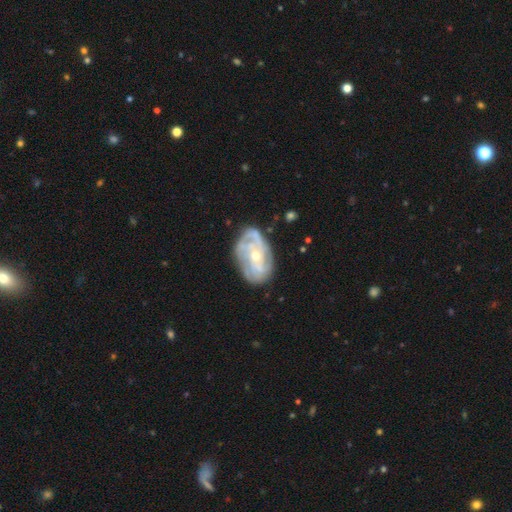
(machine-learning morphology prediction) This is clearly a featured or disk galaxy (82%). It is clearly not viewed edge-on (96%). Bar: likely no (62%). Spiral arm pattern: clearly yes (88%). Spiral arm count: marginally can't tell (36%). Spiral winding: possibly tight (52%). Central bulge: possibly small (52%). Merging: likely none (68%).